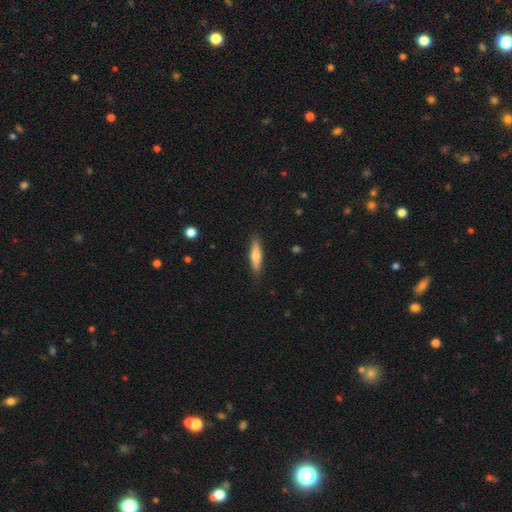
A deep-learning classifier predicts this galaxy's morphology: Overall: smooth (65%; featured or disk 29%). How rounded: cigar-shaped (72%). Merging: none (87%).